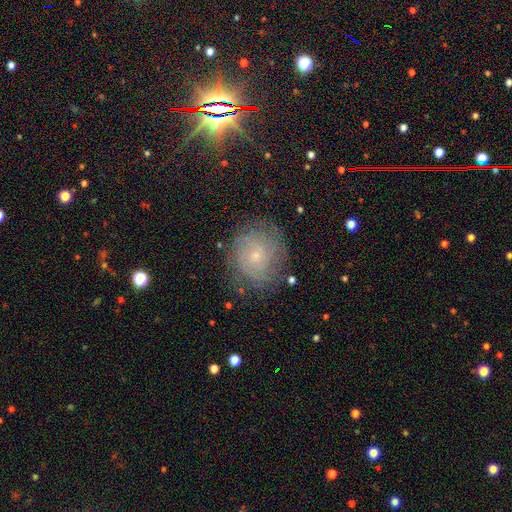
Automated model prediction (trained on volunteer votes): smooth_or_featured: featured or disk (p=0.65) [alt: smooth p=0.23]
disk_edge_on: no (p=0.97) [alt: yes p=0.03]
bar: no (p=0.76) [alt: weak p=0.21]
has_spiral_arms: yes (p=0.89) [alt: no p=0.11]
spiral_winding: tight (p=0.70) [alt: medium p=0.23]
spiral_arm_count: can't tell (p=0.50) [alt: 2 p=0.19]
bulge_size: small (p=0.76) [alt: moderate p=0.18]
merging: none (p=0.76) [alt: minor disturbance p=0.16]